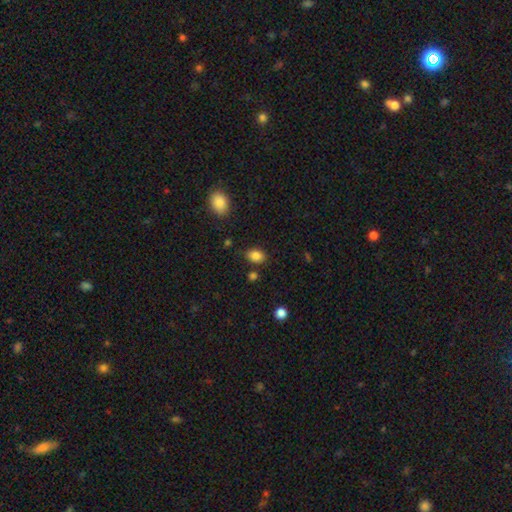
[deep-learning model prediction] Smooth or featured? Predicted: smooth (p=0.85). How rounded? Predicted: in between (p=0.74). Merging? Predicted: none (p=0.80).